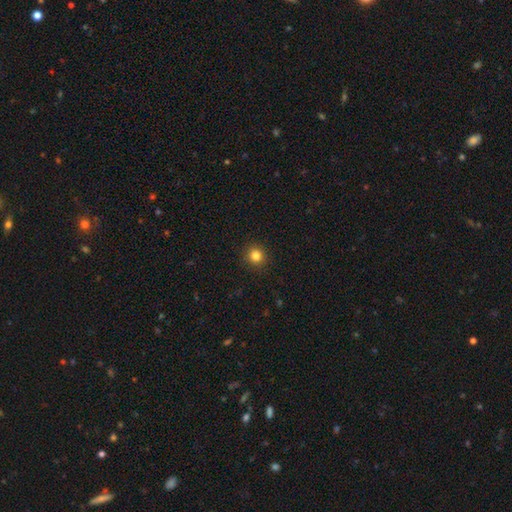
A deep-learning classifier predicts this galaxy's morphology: Smooth or featured?
  - smooth: 83% *
  - star or artifact: 12%
  - featured or disk: 5%
How rounded?
  - round: 93% *
  - in between: 6%
  - cigar-shaped: 1%
Merging?
  - none: 91% *
  - minor disturbance: 6%
  - major disturbance: 2%
  - merger: 1%